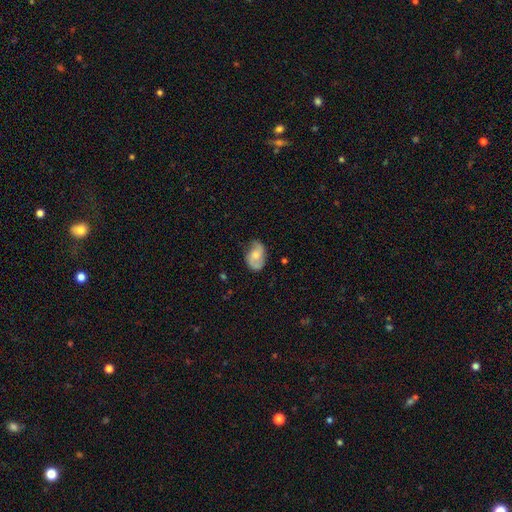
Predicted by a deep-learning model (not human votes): Morphology: type=featured or disk (51%); edge-on=no (96%); merging=none (61%).